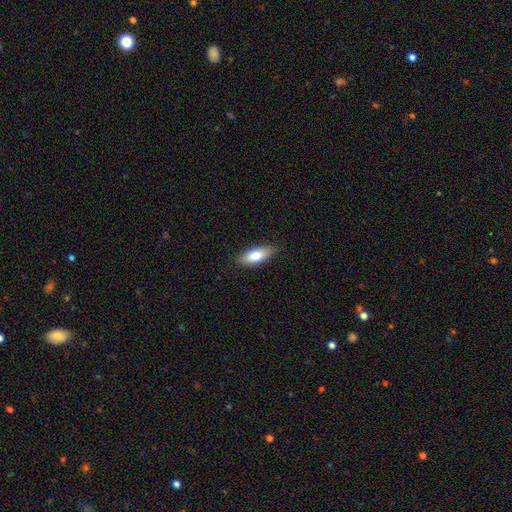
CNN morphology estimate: This appears to be a smooth galaxy with no disk features (77%) that is in between round and cigar-shaped (75%). Merging: none (87%).